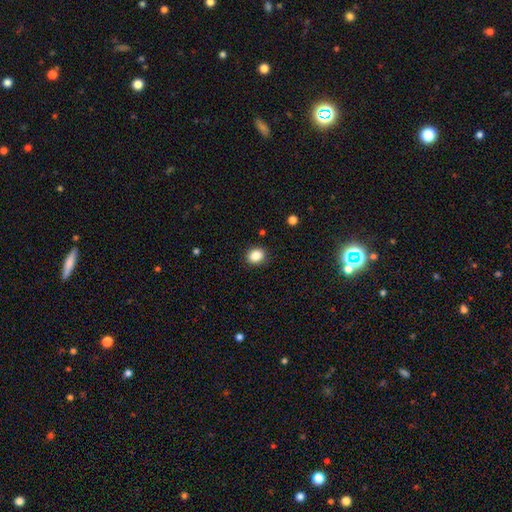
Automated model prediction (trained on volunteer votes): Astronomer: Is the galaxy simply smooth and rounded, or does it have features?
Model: smooth — 86%.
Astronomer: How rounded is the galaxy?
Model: round — 61% (runner-up: in between, 38%).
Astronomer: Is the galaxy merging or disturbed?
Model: none — 90%.